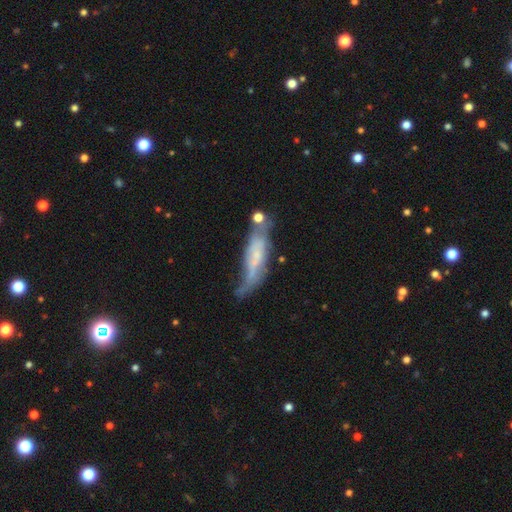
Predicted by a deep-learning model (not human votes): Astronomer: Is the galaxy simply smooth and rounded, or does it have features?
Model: featured or disk — 56% (runner-up: smooth, 36%).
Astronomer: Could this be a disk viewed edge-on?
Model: no — 61% (runner-up: yes, 39%).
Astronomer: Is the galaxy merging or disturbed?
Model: none — 35% (runner-up: minor disturbance, 29%).